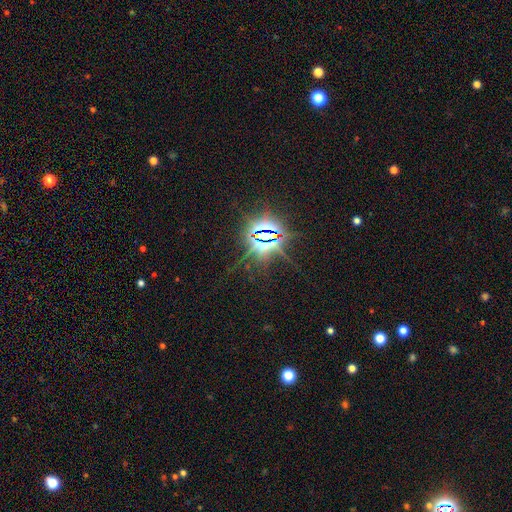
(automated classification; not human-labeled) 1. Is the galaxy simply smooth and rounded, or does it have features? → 86% star or artifact, 8% smooth, 7% featured or disk.